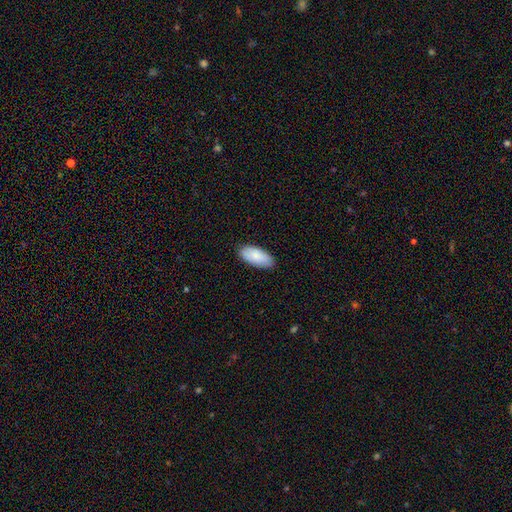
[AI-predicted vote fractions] Smooth or featured? Predicted: smooth (p=0.84). How rounded? Predicted: in between (p=0.92). Merging? Predicted: none (p=0.87).